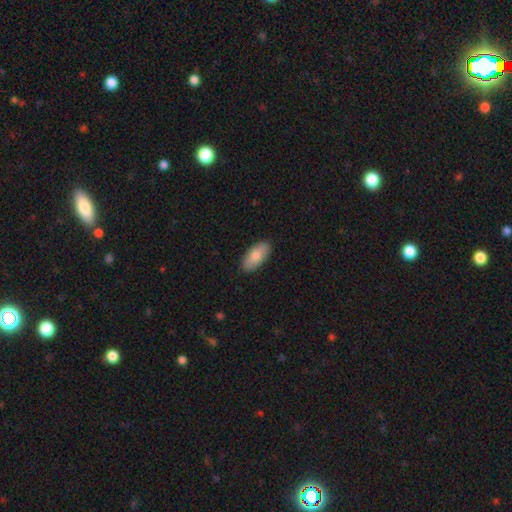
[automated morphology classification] This appears to be a smooth galaxy with no disk features (80%) that is in between round and cigar-shaped (92%). Merging: none (88%).